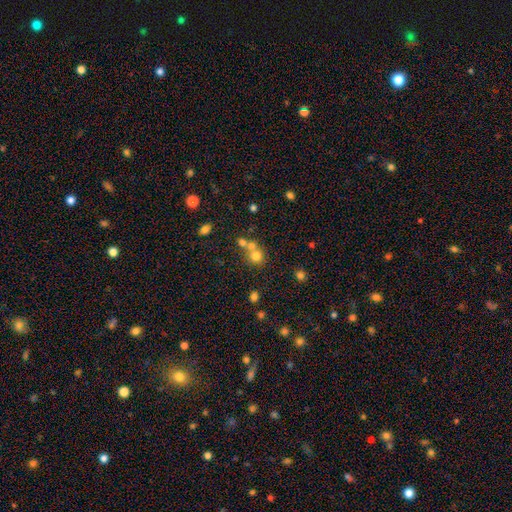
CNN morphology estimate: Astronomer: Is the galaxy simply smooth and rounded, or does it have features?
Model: smooth — 72%.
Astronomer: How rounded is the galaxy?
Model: round — 87%.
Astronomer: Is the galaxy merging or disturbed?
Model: none — 47% (runner-up: merger, 43%).